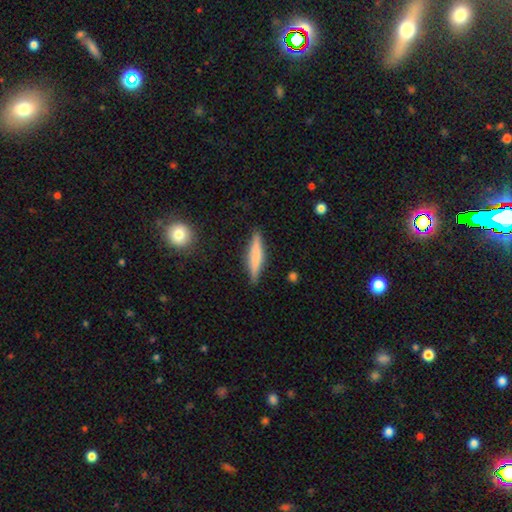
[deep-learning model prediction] Smooth or featured?
  - smooth: 59% *
  - featured or disk: 35%
  - star or artifact: 6%
How rounded?
  - cigar-shaped: 86% *
  - in between: 12%
  - round: 2%
Merging?
  - none: 86% *
  - minor disturbance: 10%
  - major disturbance: 2%
  - merger: 2%